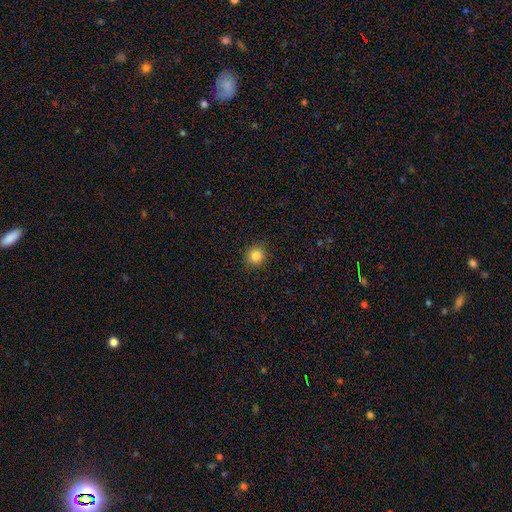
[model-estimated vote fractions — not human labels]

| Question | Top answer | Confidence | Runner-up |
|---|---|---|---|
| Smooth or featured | smooth | 84% | star or artifact (11%) |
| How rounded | round | 91% | in between (8%) |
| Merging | none | 91% | minor disturbance (6%) |